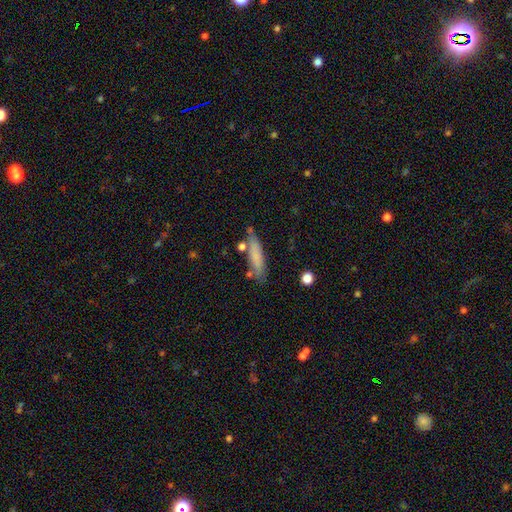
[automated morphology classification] smooth-or-featured: smooth: 74% | featured or disk: 19% | star or artifact: 7%
  how-rounded: cigar-shaped: 77% | in between: 22% | round: 2%
  merging: none: 71% | minor disturbance: 17% | merger: 7% | major disturbance: 4%